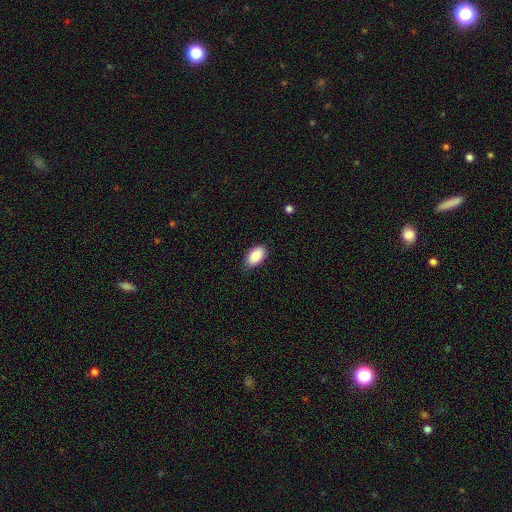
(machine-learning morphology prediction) Smooth or featured? Predicted: smooth (p=0.89). How rounded? Predicted: in between (p=0.94). Merging? Predicted: none (p=0.82).